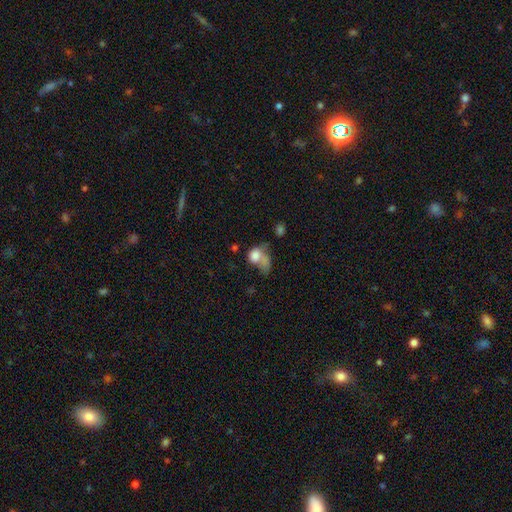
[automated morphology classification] smooth-or-featured: smooth: 73% | featured or disk: 16% | star or artifact: 11%
  how-rounded: in between: 50% | round: 48% | cigar-shaped: 2%
  merging: merger: 40% | major disturbance: 27% | none: 19% | minor disturbance: 14%